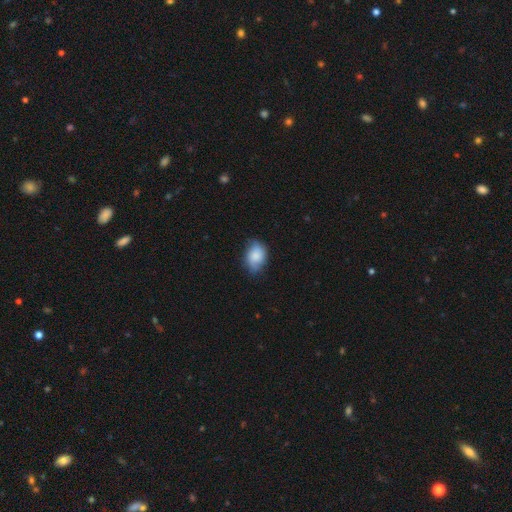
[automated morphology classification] Smooth or featured? smooth (79%)
How rounded? in between (78%)
Merging? none (67%)